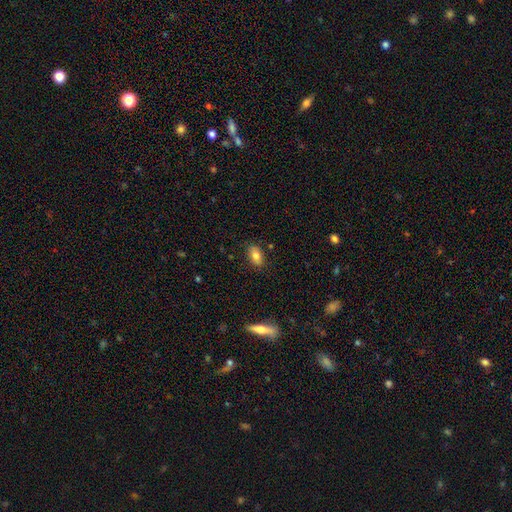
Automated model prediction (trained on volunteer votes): This is clearly a smooth galaxy (81%). How rounded: clearly in between (89%). Merging: clearly none (85%).